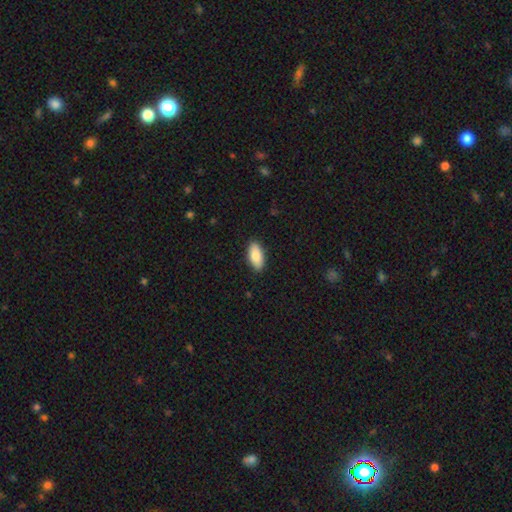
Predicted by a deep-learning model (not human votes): A smooth galaxy with no disk features (85%) that is in between round and cigar-shaped (91%). Merging: none (89%).